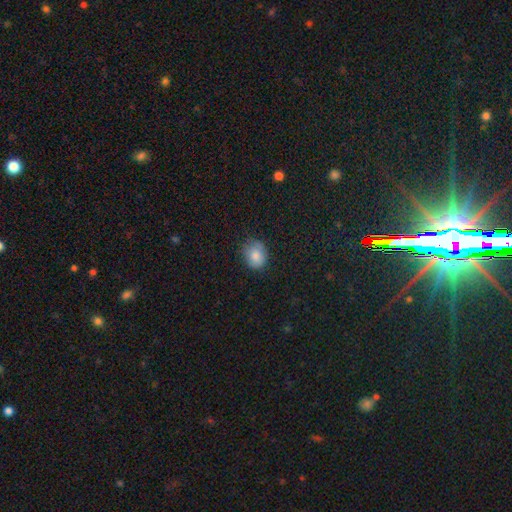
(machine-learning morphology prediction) This is clearly a smooth galaxy (83%). How rounded: possibly round (57%). Merging: likely none (72%).